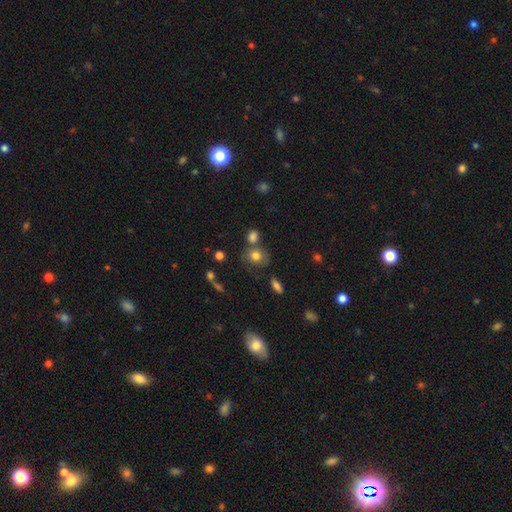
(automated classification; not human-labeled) A smooth galaxy with no disk features (76%) that is round (66%).

Vote fractions:
- Smooth or featured? smooth: 76% / featured or disk: 13% / star or artifact: 12%
- How rounded? round: 66% / in between: 33% / cigar-shaped: 1%
- Merging? none: 59% / merger: 19% / minor disturbance: 16% / major disturbance: 6%